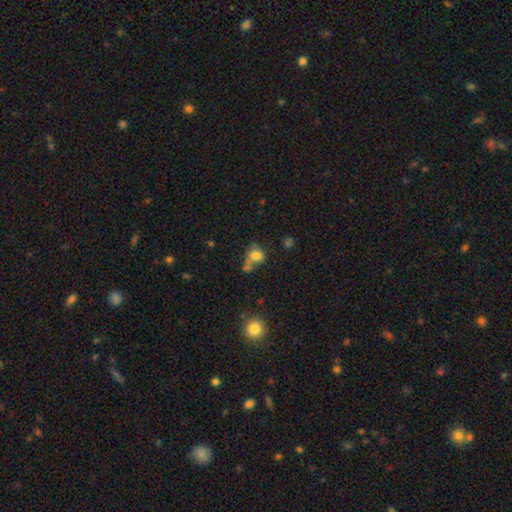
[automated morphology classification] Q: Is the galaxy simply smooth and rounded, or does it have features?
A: smooth — 75%.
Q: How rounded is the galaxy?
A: round — 59%.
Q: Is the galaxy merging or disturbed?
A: merger — 37%, tied with none.